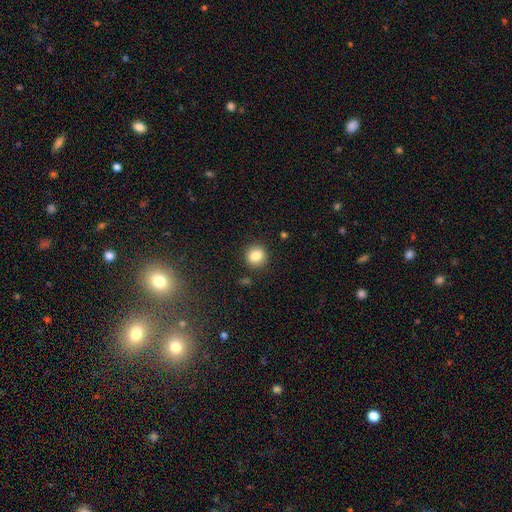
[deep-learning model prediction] smooth_or_featured: smooth (p=0.84) [alt: star or artifact p=0.10]
how_rounded: round (p=0.85) [alt: in between p=0.14]
merging: none (p=0.89) [alt: minor disturbance p=0.07]